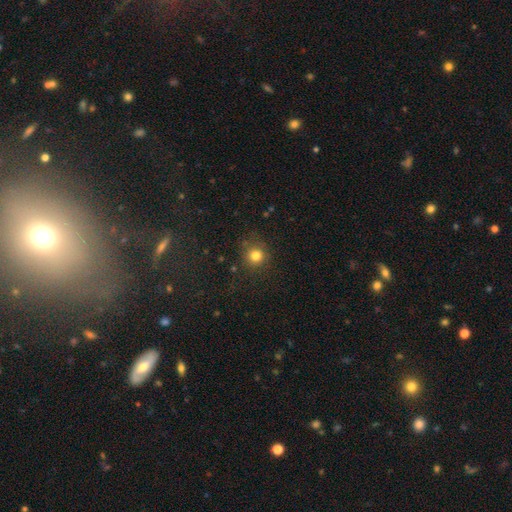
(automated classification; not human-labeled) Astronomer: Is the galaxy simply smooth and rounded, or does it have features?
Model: smooth — 80%.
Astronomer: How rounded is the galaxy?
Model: round — 91%.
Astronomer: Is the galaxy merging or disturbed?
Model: none — 82%.